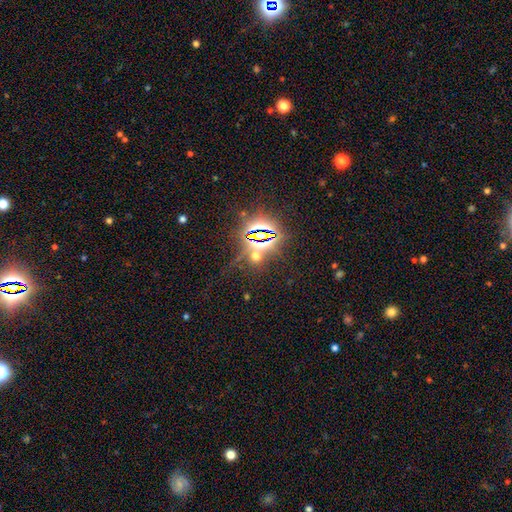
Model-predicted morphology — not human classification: Smooth or featured: star or artifact — 67% (smooth — 24%)